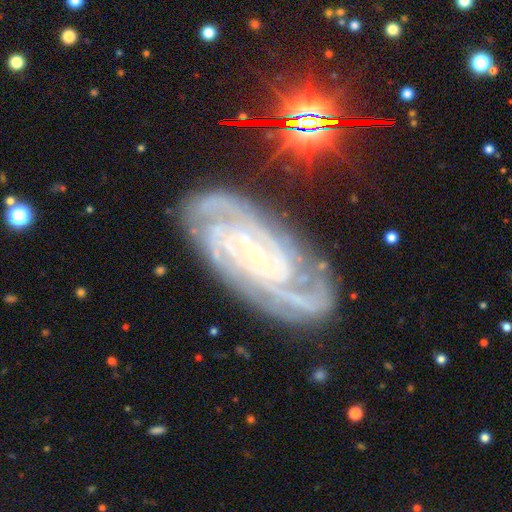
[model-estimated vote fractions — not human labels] Smooth or featured: featured or disk — 90% (star or artifact — 6%)
Edge-on disk: no — 96% (yes — 4%)
Bar: no — 58% (weak — 27%)
Spiral arms: yes — 99% (no — 1%)
Spiral winding: tight — 76% (medium — 22%)
Spiral arm count: 3 — 26% (4 — 23%)
Bulge size: small — 86% (moderate — 10%)
Merging: none — 79% (minor disturbance — 15%)